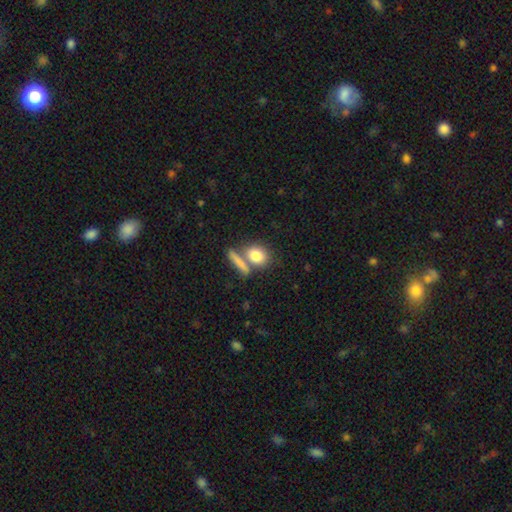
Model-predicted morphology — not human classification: type=smooth (82%); roundness=round (45%, tied with in between); merging=none (52%).